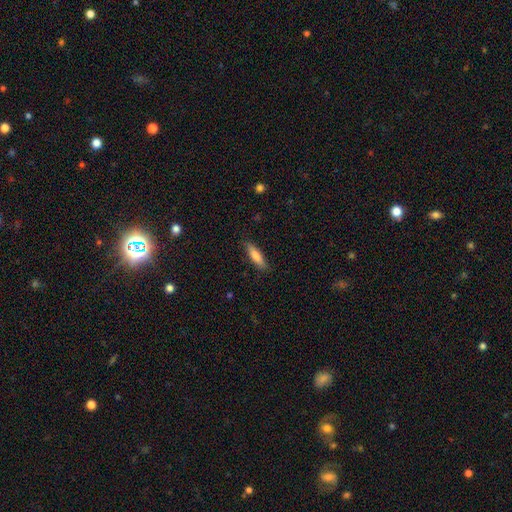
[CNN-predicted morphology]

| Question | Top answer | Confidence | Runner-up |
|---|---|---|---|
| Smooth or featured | smooth | 75% | featured or disk (19%) |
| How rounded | cigar-shaped | 70% | in between (28%) |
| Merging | none | 86% | minor disturbance (11%) |